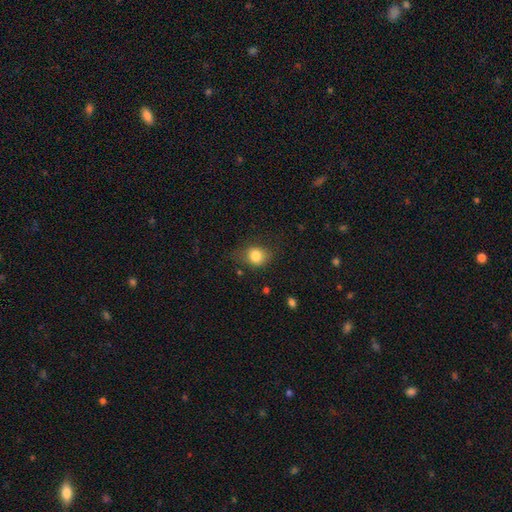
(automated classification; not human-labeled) Q: Smooth or featured?
A: smooth (81%); runner-up: star or artifact (10%)
Q: How rounded?
A: round (58%); runner-up: in between (41%)
Q: Merging?
A: none (64%); runner-up: minor disturbance (25%)